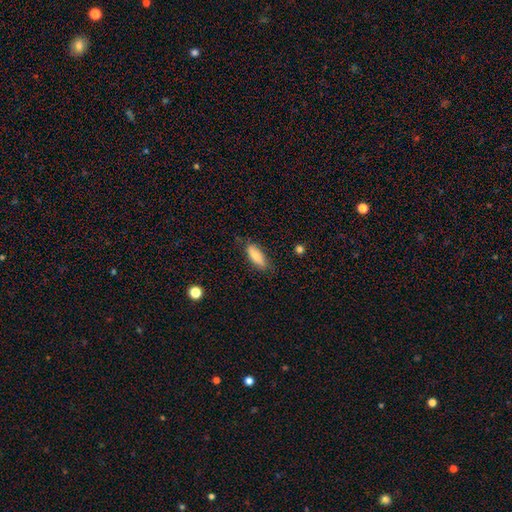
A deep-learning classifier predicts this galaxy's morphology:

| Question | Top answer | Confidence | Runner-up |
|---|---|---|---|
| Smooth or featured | smooth | 80% | featured or disk (14%) |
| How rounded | in between | 65% | cigar-shaped (33%) |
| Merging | none | 76% | minor disturbance (18%) |